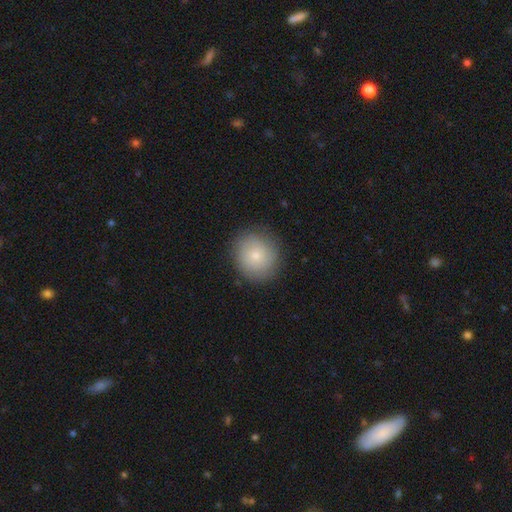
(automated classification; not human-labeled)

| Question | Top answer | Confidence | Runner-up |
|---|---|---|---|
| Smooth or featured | smooth | 74% | featured or disk (17%) |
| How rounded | round | 89% | in between (10%) |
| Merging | none | 86% | minor disturbance (10%) |